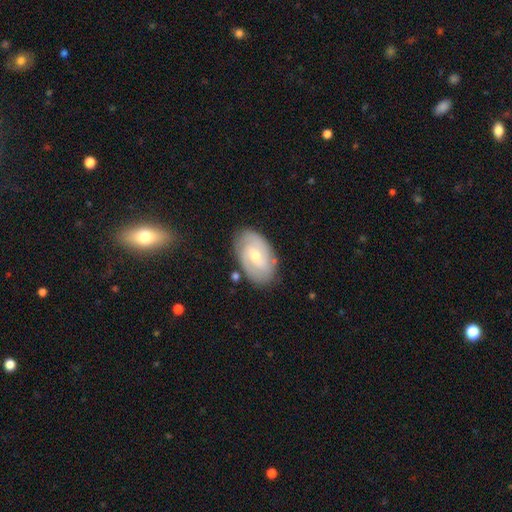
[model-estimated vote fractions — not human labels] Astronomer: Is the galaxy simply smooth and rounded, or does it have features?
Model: featured or disk — 72%.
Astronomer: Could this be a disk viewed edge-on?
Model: no — 96%.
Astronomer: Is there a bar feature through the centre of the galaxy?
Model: weak — 52% (runner-up: no, 38%).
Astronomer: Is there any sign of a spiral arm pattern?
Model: yes — 91%.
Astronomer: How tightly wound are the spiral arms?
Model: tight — 48% (runner-up: medium, 39%).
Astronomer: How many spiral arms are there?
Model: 2 — 60%.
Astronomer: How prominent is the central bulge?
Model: moderate — 48%, tied with small at 48%.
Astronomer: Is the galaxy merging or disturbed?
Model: none — 80%.